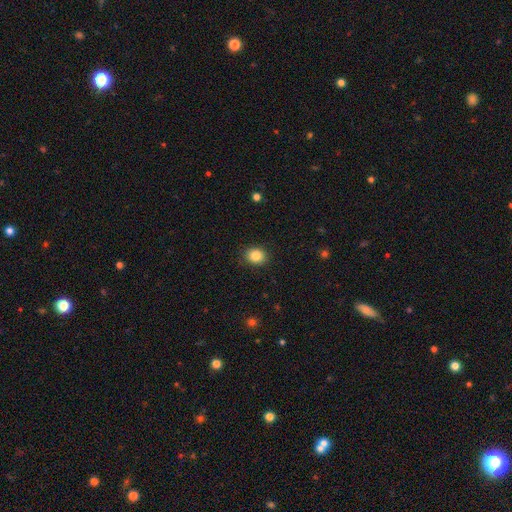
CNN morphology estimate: Smooth or featured: smooth — 85% (star or artifact — 10%)
How rounded: round — 62% (in between — 38%)
Merging: none — 89% (minor disturbance — 8%)